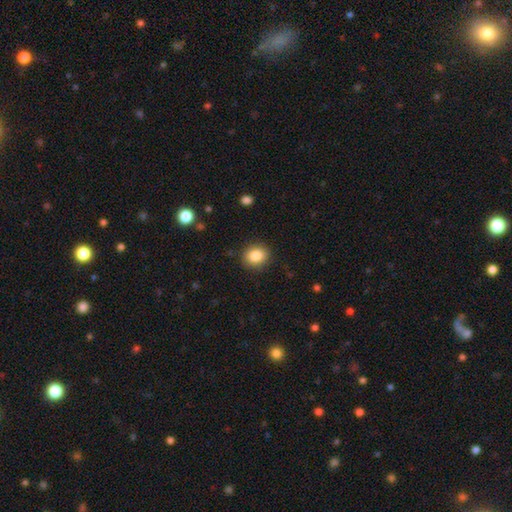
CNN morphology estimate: A smooth galaxy with no disk features (85%) that is round (73%).

Vote fractions:
- Smooth or featured? smooth: 85% / star or artifact: 9% / featured or disk: 6%
- How rounded? round: 73% / in between: 26% / cigar-shaped: 1%
- Merging? none: 89% / minor disturbance: 8% / major disturbance: 2% / merger: 1%